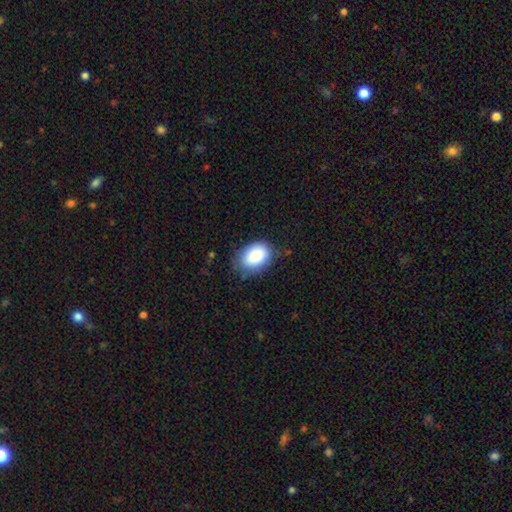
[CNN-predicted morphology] type=smooth (87%); roundness=in between (85%); merging=none (71%).